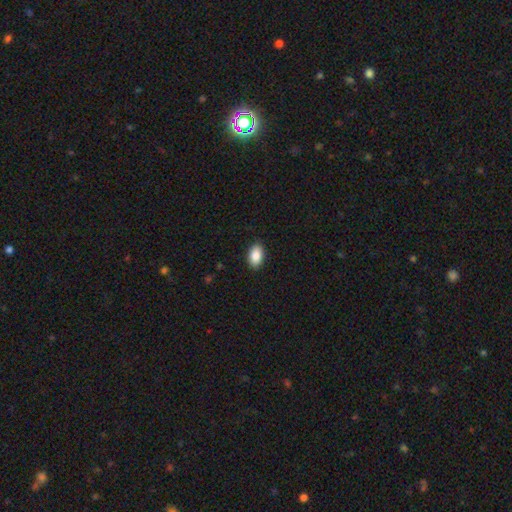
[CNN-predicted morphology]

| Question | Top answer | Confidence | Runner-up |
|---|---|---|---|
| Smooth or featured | smooth | 88% | star or artifact (7%) |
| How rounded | in between | 93% | round (6%) |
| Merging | none | 90% | minor disturbance (7%) |